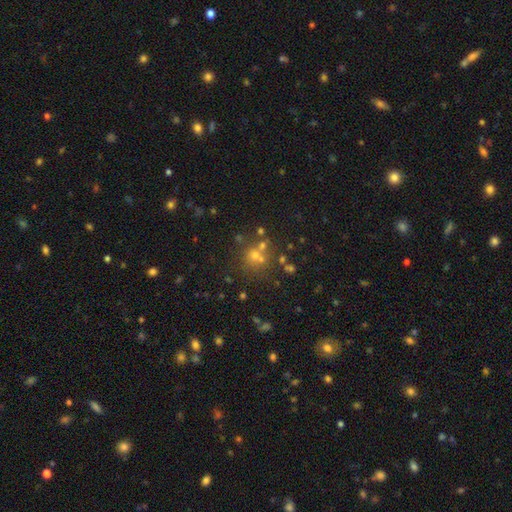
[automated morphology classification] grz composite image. It shows a smooth galaxy with no disk features (48%). Merging: none (59%).